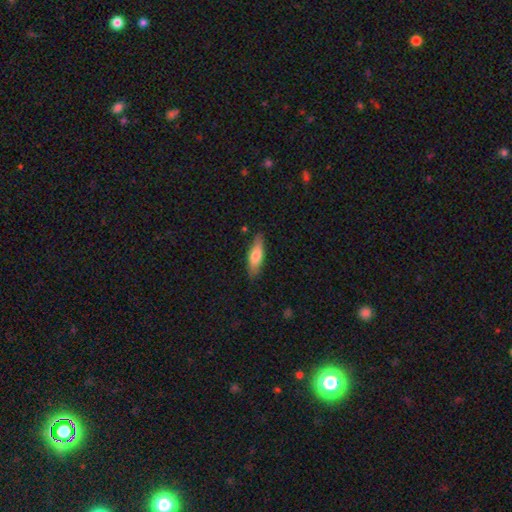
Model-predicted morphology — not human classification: type=smooth (70%); roundness=cigar-shaped (53%); merging=none (83%).